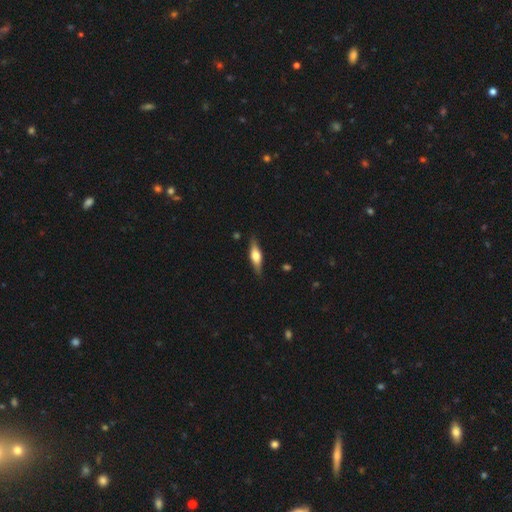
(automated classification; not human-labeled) smooth-or-featured: featured or disk: 52% | smooth: 42% | star or artifact: 6%
  disk-edge-on: yes: 93% | no: 7%
  merging: none: 86% | minor disturbance: 11% | major disturbance: 2% | merger: 1%